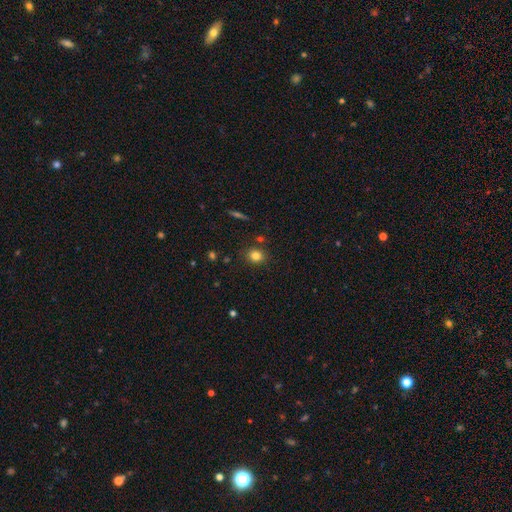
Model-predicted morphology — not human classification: smooth 81%, star or artifact 12%, featured or disk 7%. Down the decision tree: how rounded — round (65%); merging — none (83%).